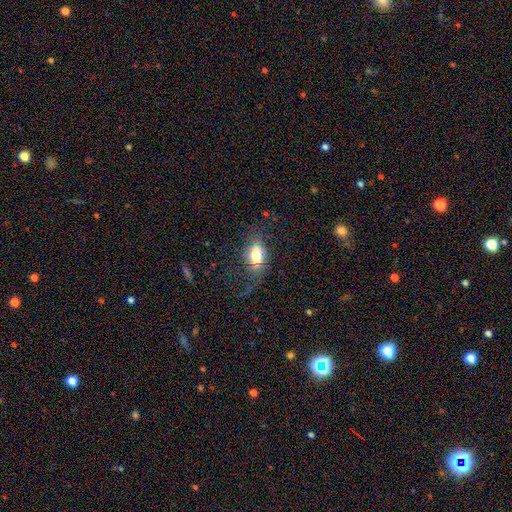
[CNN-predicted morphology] This appears to be a smooth galaxy with no disk features (62%) that is in between round and cigar-shaped (84%). Merging: none (51%).